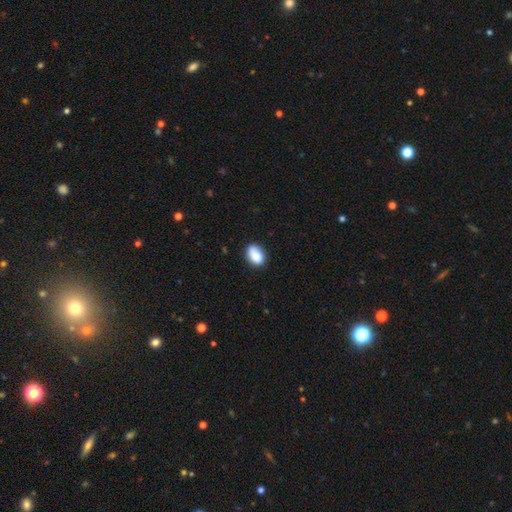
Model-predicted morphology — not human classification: The model was most divided on "merging": none: 71%, minor disturbance: 21%, major disturbance: 5%, merger: 4%. More confident: smooth or featured — smooth (83%); how rounded — in between (79%).